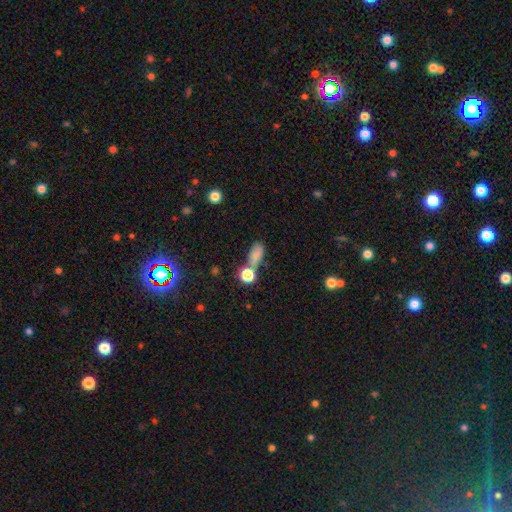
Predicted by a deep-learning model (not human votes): smooth 77%, star or artifact 14%, featured or disk 9%. Down the decision tree: how rounded — in between (77%); merging — none (48%).